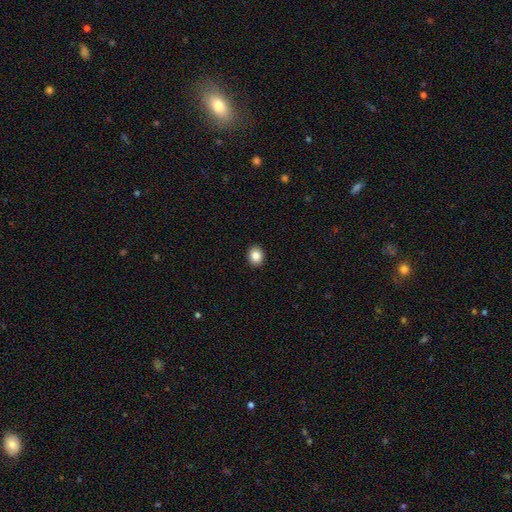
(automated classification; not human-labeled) Smooth or featured? Predicted: smooth (p=0.85). How rounded? Predicted: round (p=0.60). Merging? Predicted: none (p=0.92).